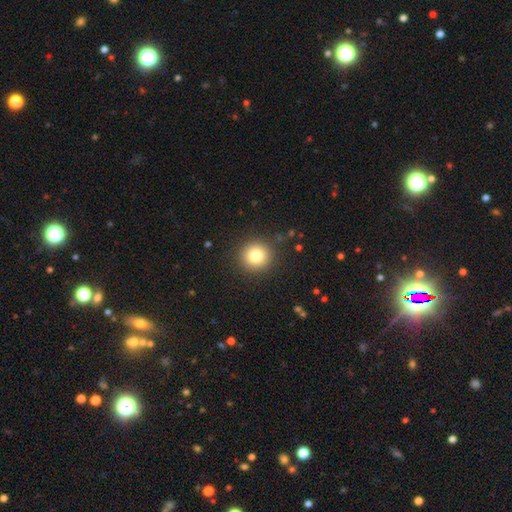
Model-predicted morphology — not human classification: This is clearly a smooth galaxy (80%). How rounded: clearly round (94%). Merging: clearly none (90%).